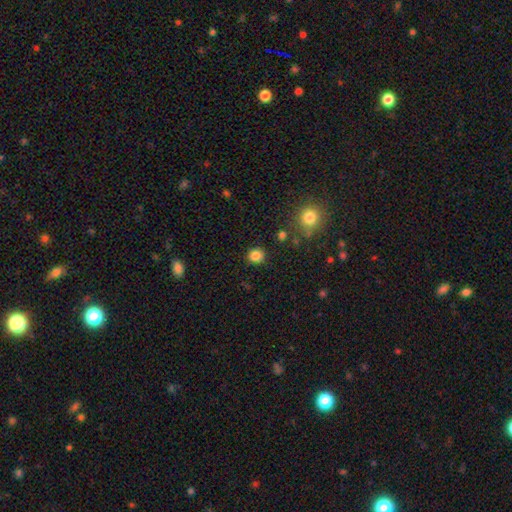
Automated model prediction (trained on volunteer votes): A smooth galaxy with no disk features (84%) that is round (89%).

Vote fractions:
- Smooth or featured? smooth: 84% / star or artifact: 12% / featured or disk: 4%
- How rounded? round: 89% / in between: 10% / cigar-shaped: 1%
- Merging? none: 88% / minor disturbance: 7% / major disturbance: 2% / merger: 2%